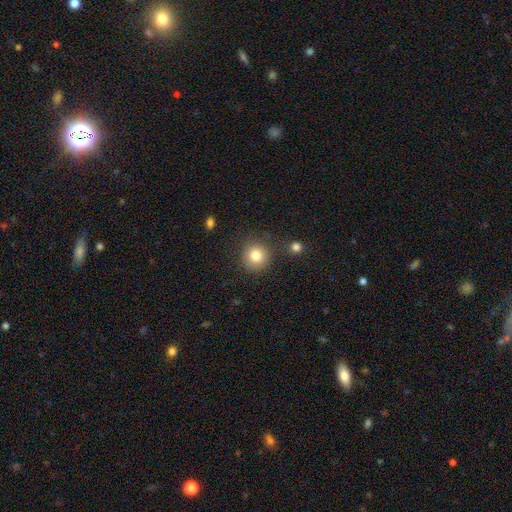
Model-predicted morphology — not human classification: Smooth or featured? smooth (81%)
How rounded? round (93%)
Merging? none (84%)